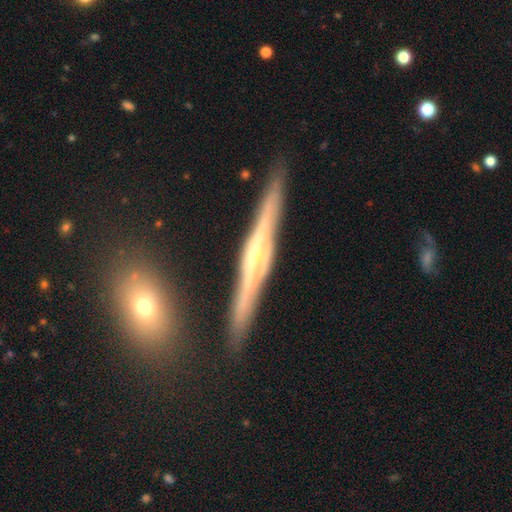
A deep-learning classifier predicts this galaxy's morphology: This is clearly a featured or disk galaxy (84%). It is clearly viewed edge-on (97%). Edge-on bulge: likely rounded (72%). Merging: clearly none (88%).